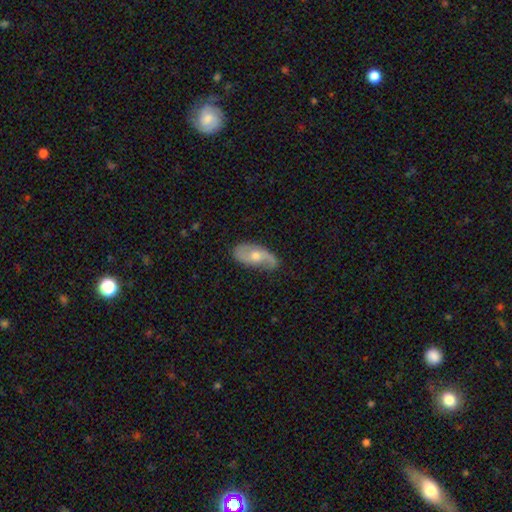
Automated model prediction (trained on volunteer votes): This is likely a featured or disk galaxy (68%). It is clearly not viewed edge-on (92%). Bar: likely no (69%). Spiral arm pattern: clearly yes (88%). Spiral arm count: likely 2 (80%). Spiral winding: possibly loose (56%). Central bulge: possibly moderate (60%). Merging: likely none (66%).